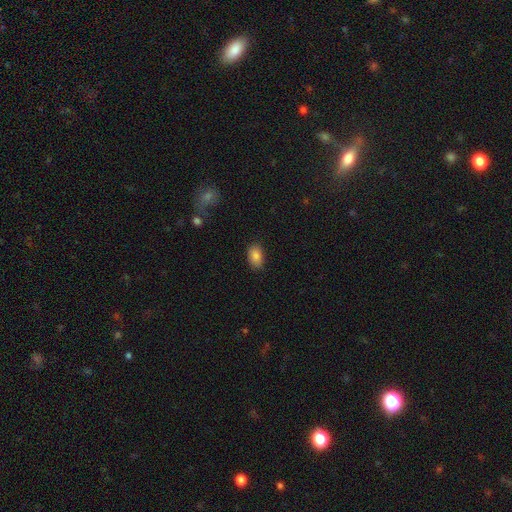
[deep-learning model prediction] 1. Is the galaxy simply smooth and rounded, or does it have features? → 85% smooth, 9% star or artifact, 6% featured or disk.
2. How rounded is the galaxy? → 88% in between, 11% round, 1% cigar-shaped.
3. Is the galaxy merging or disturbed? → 84% none, 12% minor disturbance, 3% major disturbance, 1% merger.